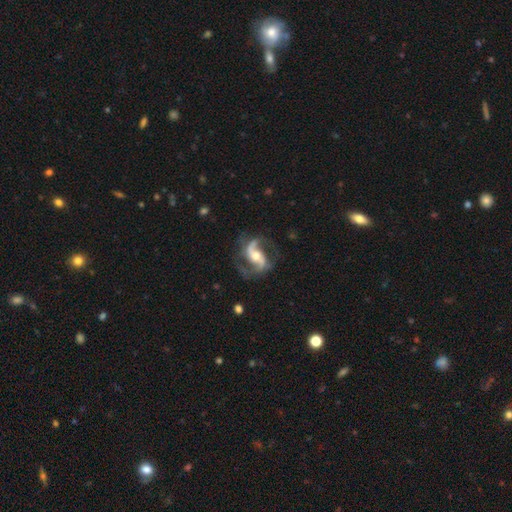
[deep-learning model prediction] This appears to be a featured or disk galaxy (90%) with a weak bar (35%), 2 (91%) medium (47%) spiral arms (97%) and a moderate central bulge (66%). Merging: none (73%).